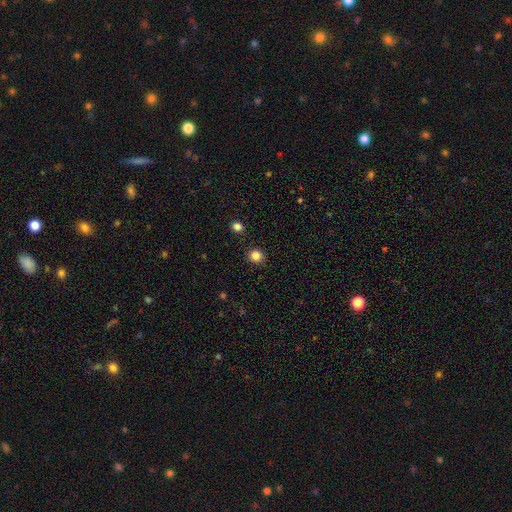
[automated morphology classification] smooth_or_featured: smooth (p=0.84) [alt: star or artifact p=0.12]
how_rounded: round (p=0.88) [alt: in between p=0.11]
merging: none (p=0.90) [alt: minor disturbance p=0.06]